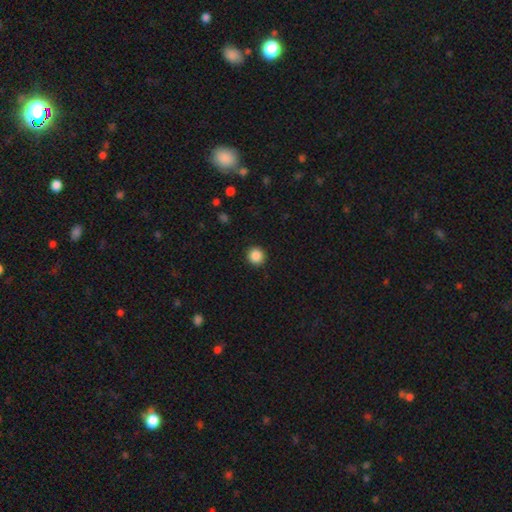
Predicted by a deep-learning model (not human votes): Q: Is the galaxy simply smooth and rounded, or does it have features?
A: smooth — 87%.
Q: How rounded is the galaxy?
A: round — 94%.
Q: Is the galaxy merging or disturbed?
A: none — 92%.